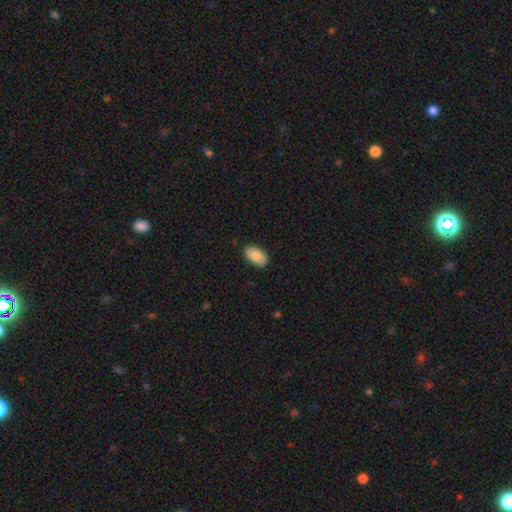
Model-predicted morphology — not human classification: The model was most divided on "smooth or featured": smooth: 79%, featured or disk: 15%, star or artifact: 6%. More confident: how rounded — in between (94%); merging — none (86%).